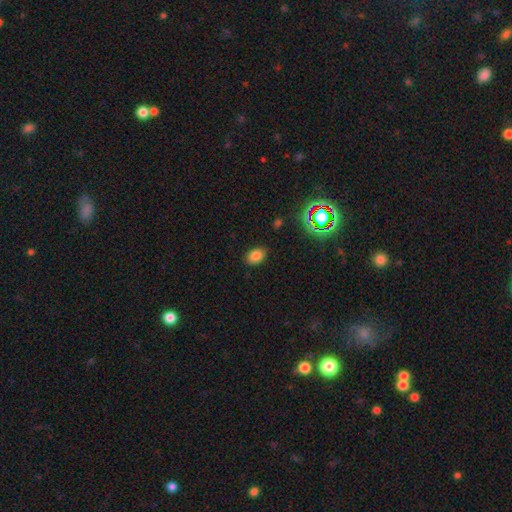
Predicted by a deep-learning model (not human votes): smooth 80%, star or artifact 14%, featured or disk 6%. Down the decision tree: how rounded — in between (74%); merging — none (86%).